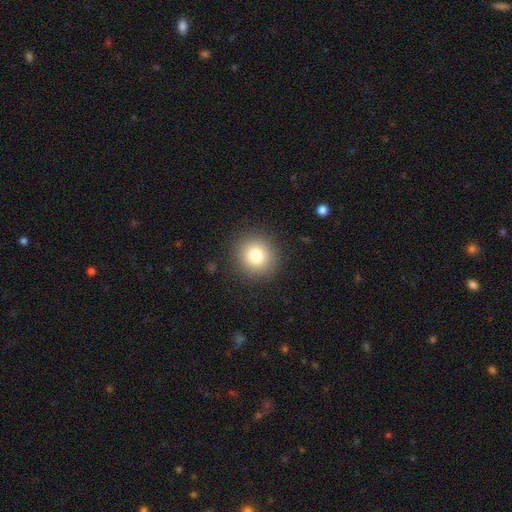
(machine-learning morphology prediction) smooth-or-featured: smooth: 79% | star or artifact: 12% | featured or disk: 9%
  how-rounded: round: 92% | in between: 7% | cigar-shaped: 1%
  merging: none: 90% | minor disturbance: 6% | major disturbance: 3% | merger: 1%